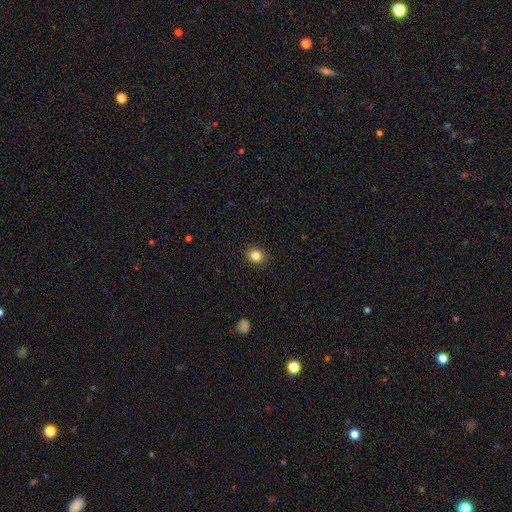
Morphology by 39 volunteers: Q: Smooth or featured?
A: smooth (92%); runner-up: star or artifact (8%)
Q: How rounded?
A: round (61%); runner-up: in between (39%)
Q: Merging?
A: none (97%); runner-up: minor disturbance (3%)